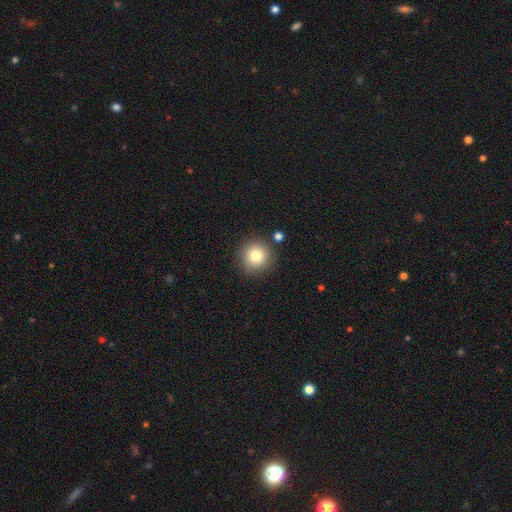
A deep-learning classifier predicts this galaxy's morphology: Q: Smooth or featured?
A: smooth (80%); runner-up: star or artifact (11%)
Q: How rounded?
A: round (95%); runner-up: in between (4%)
Q: Merging?
A: none (86%); runner-up: minor disturbance (8%)